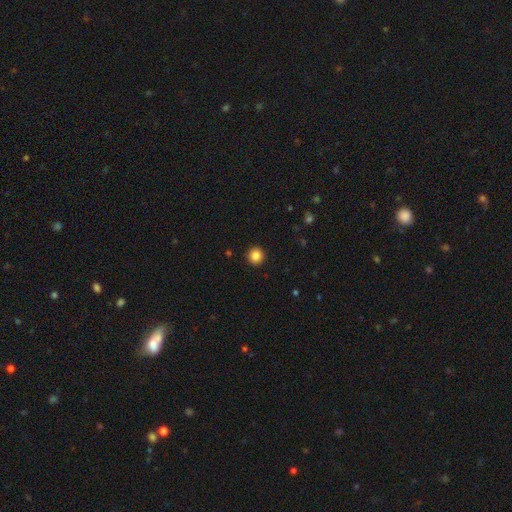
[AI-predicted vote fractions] A smooth galaxy with no disk features (86%) that is round (95%).

Vote fractions:
- Smooth or featured? smooth: 86% / star or artifact: 10% / featured or disk: 4%
- How rounded? round: 95% / in between: 4% / cigar-shaped: 1%
- Merging? none: 94% / minor disturbance: 4% / major disturbance: 1% / merger: 1%